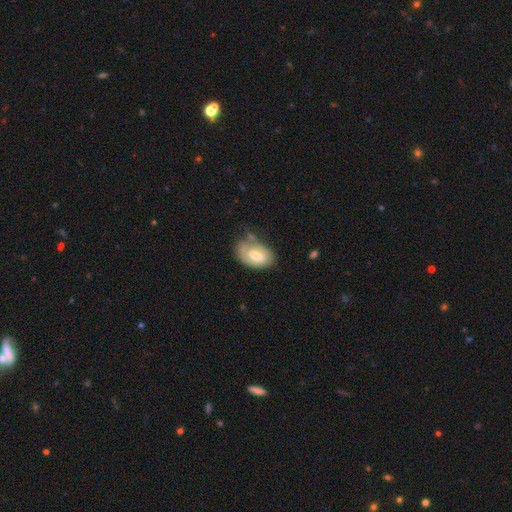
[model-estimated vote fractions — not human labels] A featured or disk galaxy (49%).

Vote fractions:
- Smooth or featured? featured or disk: 49% / smooth: 45% / star or artifact: 6%
- Merging? none: 55% / minor disturbance: 29% / major disturbance: 11% / merger: 5%